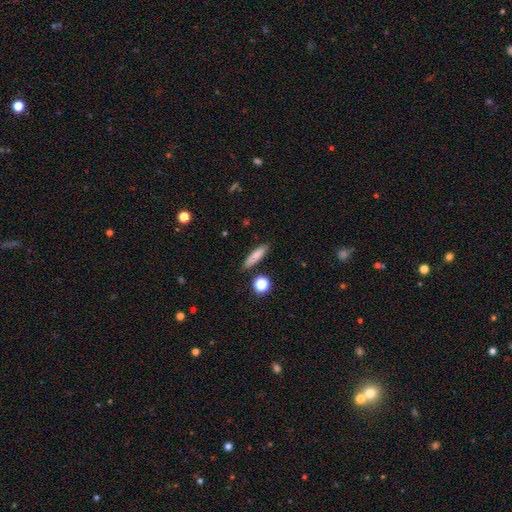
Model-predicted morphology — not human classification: This appears to be a smooth galaxy with no disk features (76%) that is cigar-shaped (68%). Merging: none (81%).